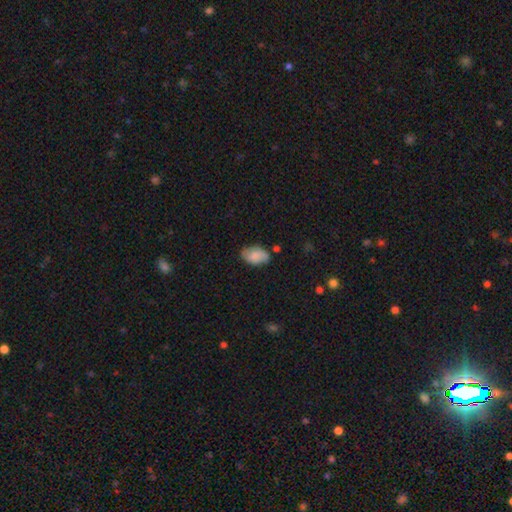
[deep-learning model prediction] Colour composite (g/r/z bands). It shows a smooth galaxy with no disk features (69%) that is in between round and cigar-shaped (90%). Merging: none (70%).